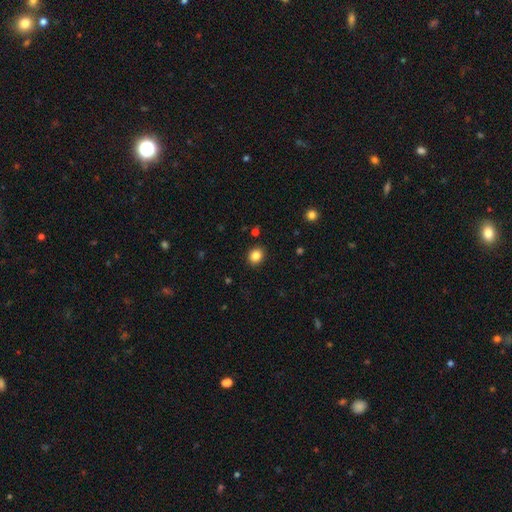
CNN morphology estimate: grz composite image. It shows a smooth galaxy with no disk features (84%) that is round (73%). Merging: none (90%).